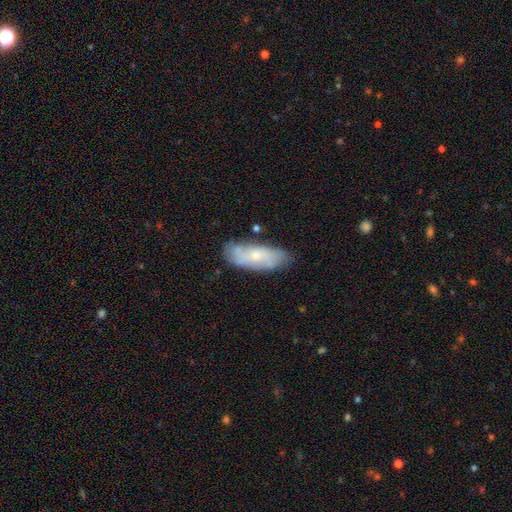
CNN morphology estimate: smooth 49%, featured or disk 44%, star or artifact 7%. Down the decision tree: merging — none (69%).